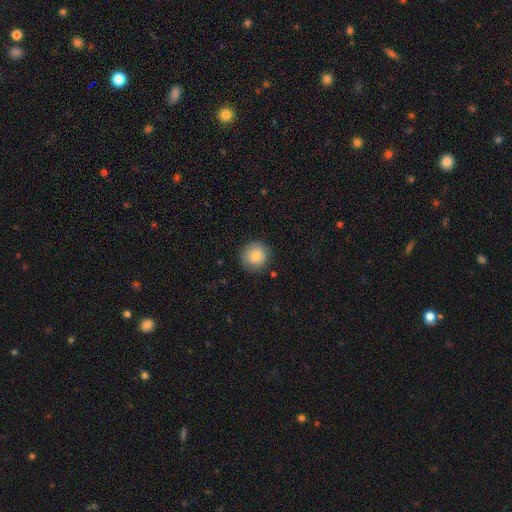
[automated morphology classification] This appears to be a smooth galaxy with no disk features (83%) that is round (93%). Merging: none (85%).